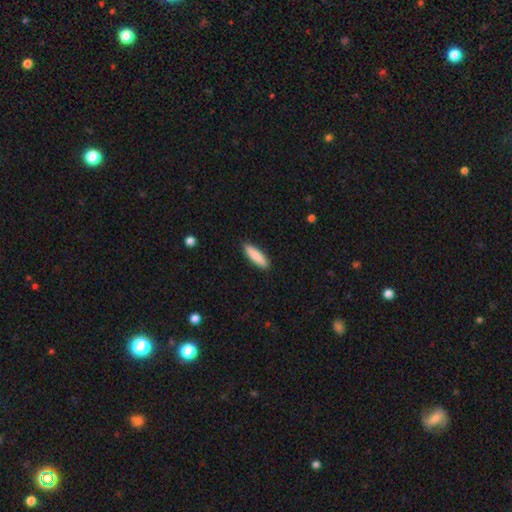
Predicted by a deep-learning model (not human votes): Overall: smooth (84%). How rounded: cigar-shaped (74%). Merging: none (90%).